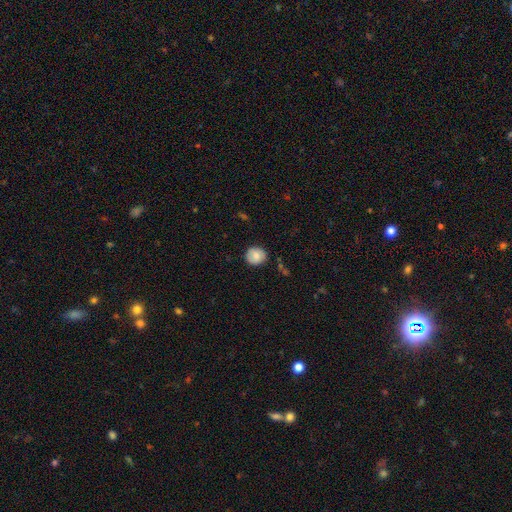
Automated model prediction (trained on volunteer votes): This appears to be a smooth galaxy with no disk features (75%) that is round (83%). Merging: none (83%).